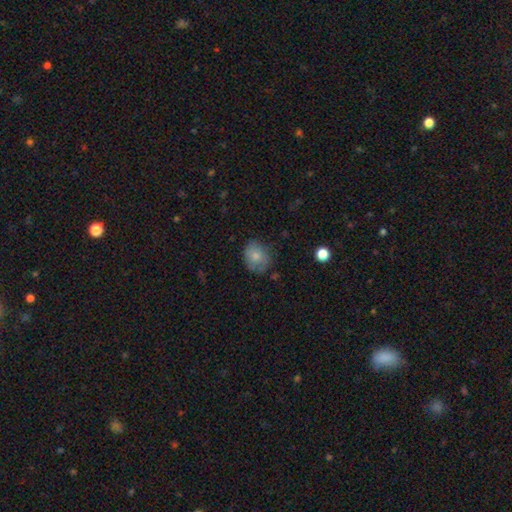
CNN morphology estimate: Smooth or featured: smooth — 75% (featured or disk — 16%)
How rounded: round — 57% (in between — 42%)
Merging: none — 65% (minor disturbance — 26%)